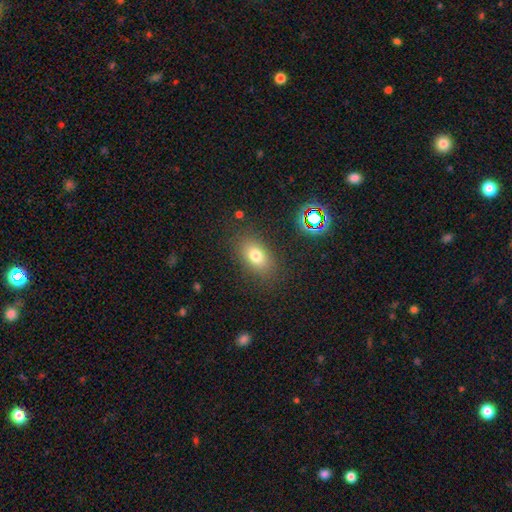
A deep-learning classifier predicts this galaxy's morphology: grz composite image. It shows a smooth galaxy with no disk features (75%) that is in between round and cigar-shaped (84%). Merging: none (83%).